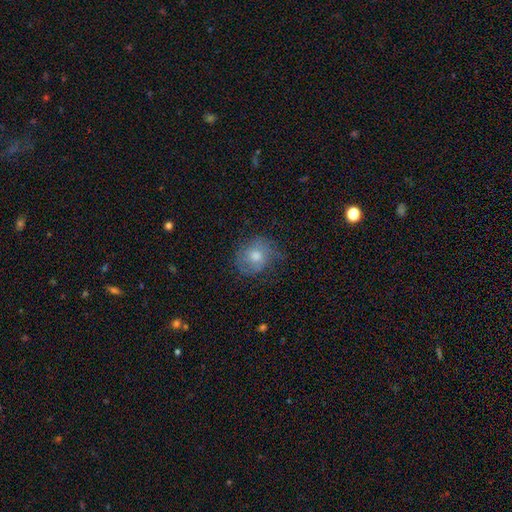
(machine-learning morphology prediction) This is possibly a smooth galaxy (50%). How rounded: likely round (72%). Merging: likely none (64%).